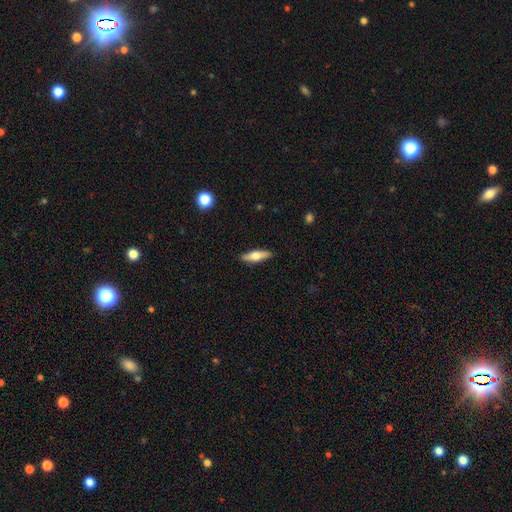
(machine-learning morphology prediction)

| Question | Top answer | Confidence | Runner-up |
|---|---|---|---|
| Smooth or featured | smooth | 57% | featured or disk (37%) |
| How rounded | cigar-shaped | 60% | in between (37%) |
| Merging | none | 89% | minor disturbance (8%) |